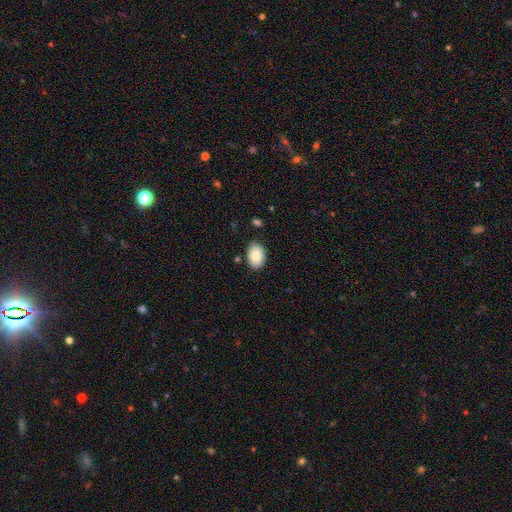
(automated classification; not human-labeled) Q: Smooth or featured?
A: smooth (85%); runner-up: featured or disk (8%)
Q: How rounded?
A: in between (87%); runner-up: round (12%)
Q: Merging?
A: none (82%); runner-up: minor disturbance (13%)